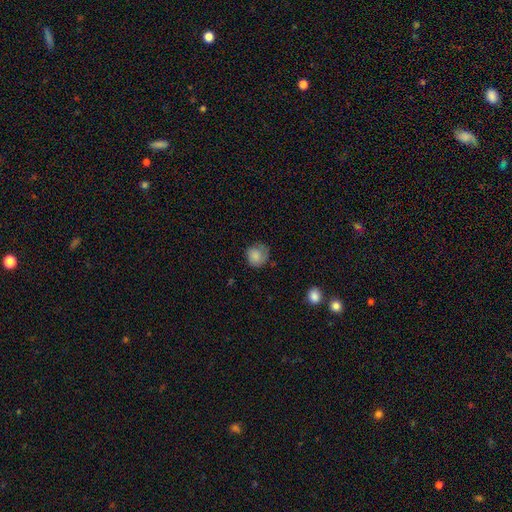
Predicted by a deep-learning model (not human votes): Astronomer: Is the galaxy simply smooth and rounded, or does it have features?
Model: smooth — 80%.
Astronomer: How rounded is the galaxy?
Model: round — 83%.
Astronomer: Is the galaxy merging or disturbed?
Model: none — 64%.